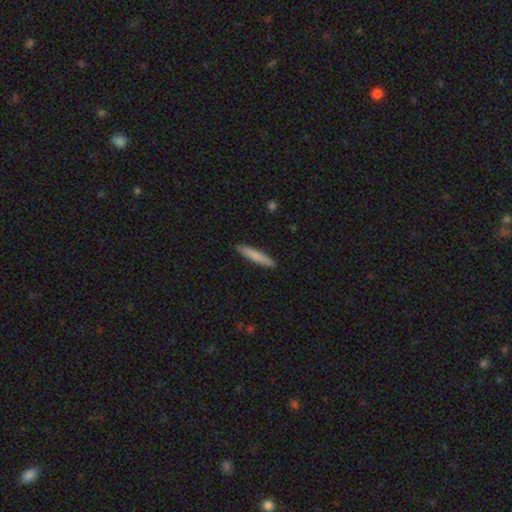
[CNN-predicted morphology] type=smooth (78%); roundness=cigar-shaped (93%); merging=none (91%).